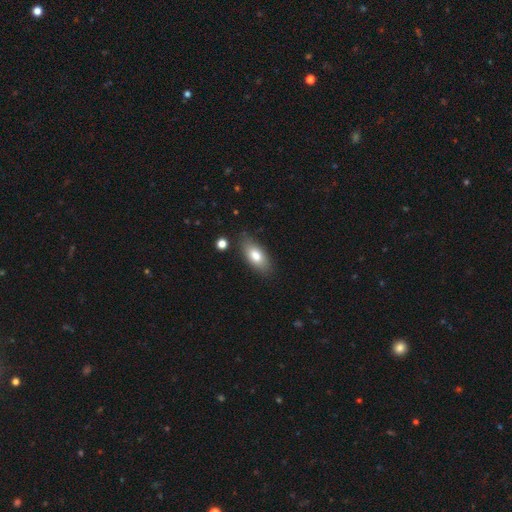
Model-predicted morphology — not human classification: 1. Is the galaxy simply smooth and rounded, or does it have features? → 79% smooth, 14% featured or disk, 7% star or artifact.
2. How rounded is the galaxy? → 87% in between, 9% cigar-shaped, 3% round.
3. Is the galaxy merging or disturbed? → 81% none, 14% minor disturbance, 3% major disturbance, 2% merger.